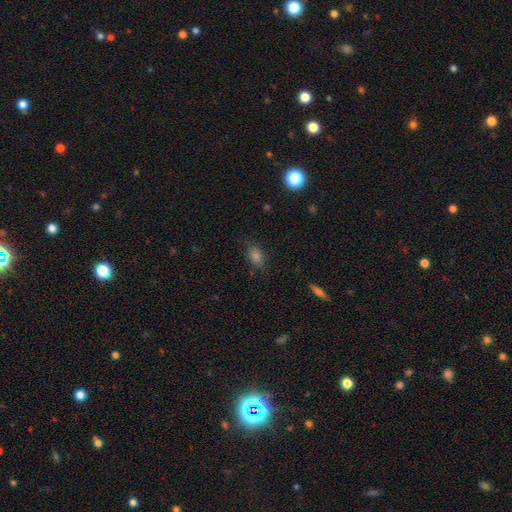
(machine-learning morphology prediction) smooth-or-featured: smooth: 75% | star or artifact: 17% | featured or disk: 8%
  how-rounded: in between: 76% | round: 19% | cigar-shaped: 5%
  merging: none: 79% | minor disturbance: 16% | major disturbance: 4% | merger: 1%